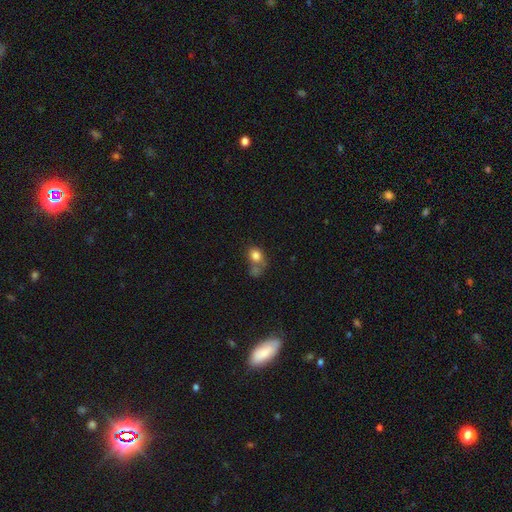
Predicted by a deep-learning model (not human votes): Smooth or featured: smooth — 79% (star or artifact — 11%)
How rounded: round — 56% (in between — 43%)
Merging: merger — 38% (none — 35%)